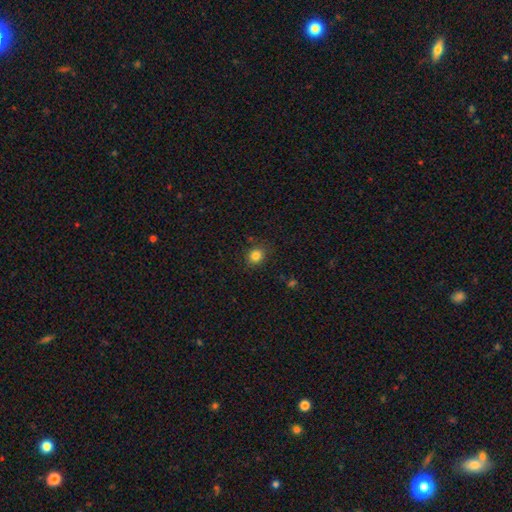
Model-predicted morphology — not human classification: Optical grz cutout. It shows a smooth galaxy with no disk features (83%) that is round (75%). Merging: none (85%).